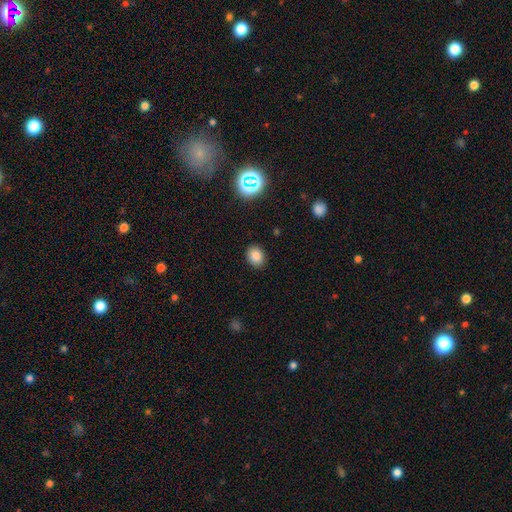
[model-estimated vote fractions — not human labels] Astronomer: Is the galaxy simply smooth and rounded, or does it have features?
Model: smooth — 82%.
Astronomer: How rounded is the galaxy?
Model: in between — 52% (runner-up: round, 47%).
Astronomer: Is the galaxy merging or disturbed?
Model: none — 89%.